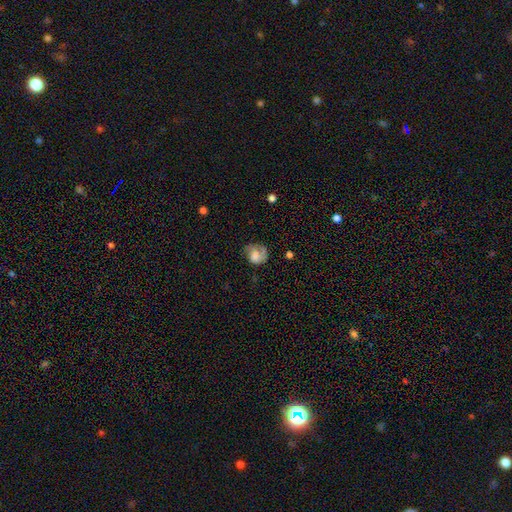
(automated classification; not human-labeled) Morphology: type=smooth (53%); roundness=round (62%); merging=none (43%).